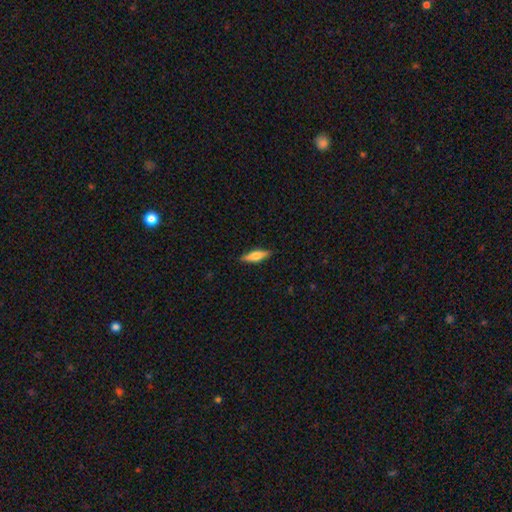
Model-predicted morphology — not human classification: smooth 62%, featured or disk 32%, star or artifact 6%. Down the decision tree: how rounded — cigar-shaped (58%); merging — none (88%).